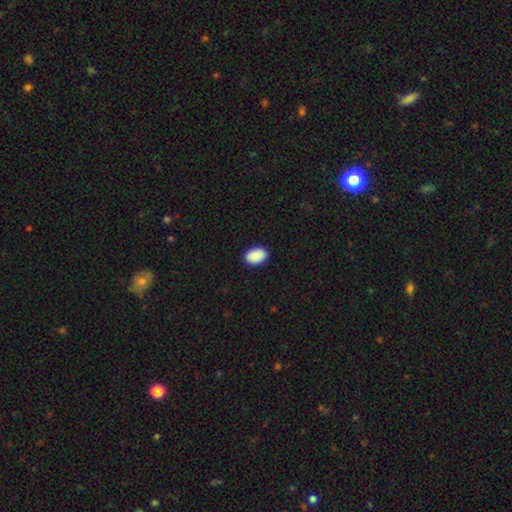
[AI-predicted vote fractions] smooth 90%, star or artifact 6%, featured or disk 3%. Down the decision tree: how rounded — in between (87%); merging — none (90%).